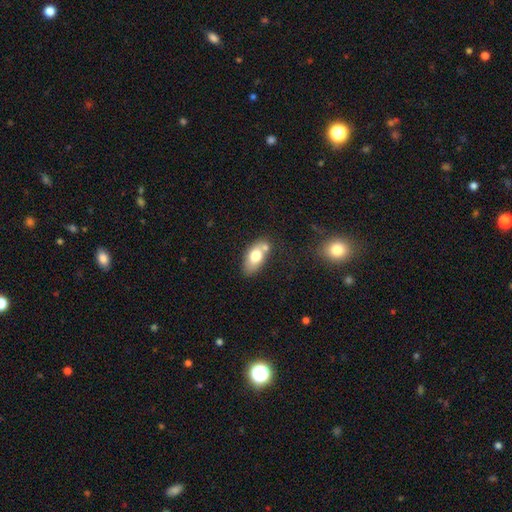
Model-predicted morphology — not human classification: Overall: smooth (72%). How rounded: in between (89%). Merging: none (54%; merger 24%).